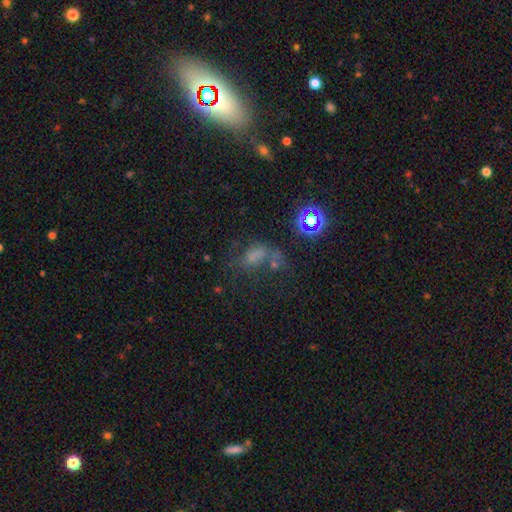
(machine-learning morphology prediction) Overall: smooth (46%; star or artifact 34%). Merging: none (34%; major disturbance 27%).